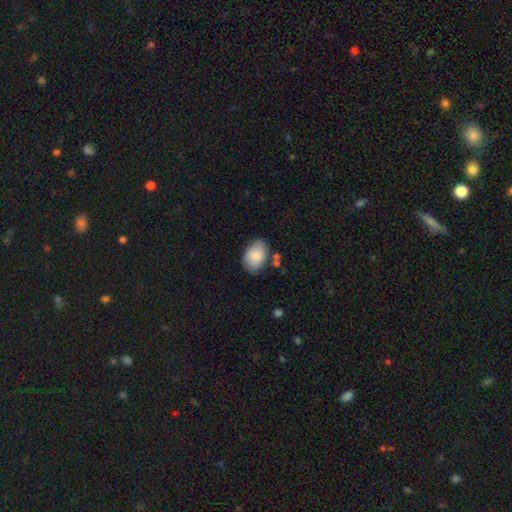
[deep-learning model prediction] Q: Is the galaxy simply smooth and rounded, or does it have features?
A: smooth — 83%.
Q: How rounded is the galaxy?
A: in between — 84%.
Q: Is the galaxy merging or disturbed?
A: none — 70%.